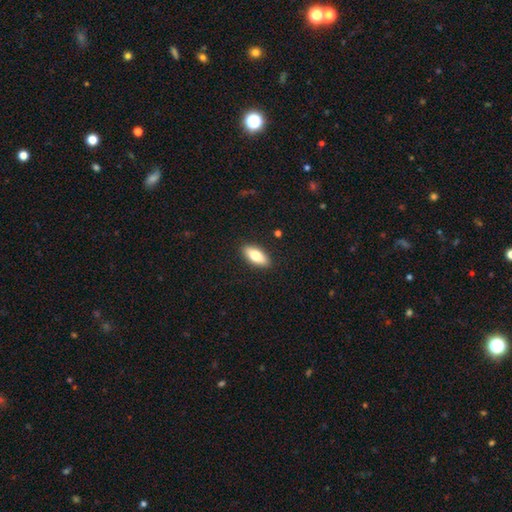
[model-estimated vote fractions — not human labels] smooth 73%, featured or disk 21%, star or artifact 6%. Down the decision tree: how rounded — in between (82%); merging — none (90%).